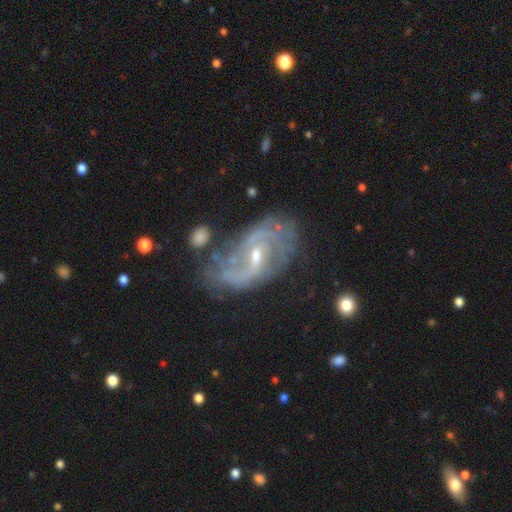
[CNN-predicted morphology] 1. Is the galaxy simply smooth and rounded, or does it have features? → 83% featured or disk, 9% smooth, 8% star or artifact.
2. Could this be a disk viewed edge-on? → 95% no, 5% yes.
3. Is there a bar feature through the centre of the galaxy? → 49% weak, 28% no, 22% strong.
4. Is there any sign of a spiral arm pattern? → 88% yes, 12% no.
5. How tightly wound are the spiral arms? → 40% medium, 33% loose, 27% tight.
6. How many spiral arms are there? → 57% 2, 25% can't tell, 6% 3, 5% 1, 3% 4, 3% more than 4.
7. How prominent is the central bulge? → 63% small, 34% moderate, 2% none, 1% large, 1% dominant.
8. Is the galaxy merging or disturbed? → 55% none, 23% minor disturbance, 14% major disturbance, 8% merger.